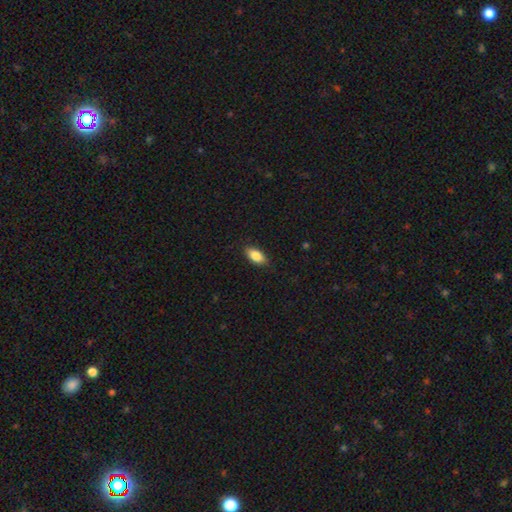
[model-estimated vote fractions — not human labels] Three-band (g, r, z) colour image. It shows a smooth galaxy with no disk features (85%) that is in between round and cigar-shaped (91%). Merging: none (87%).